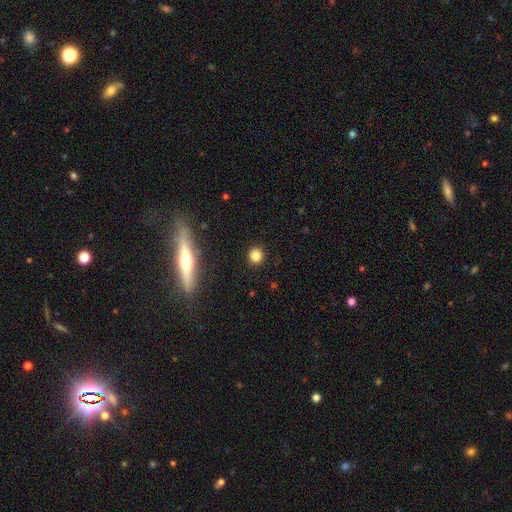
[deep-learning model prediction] This appears to be a smooth galaxy with no disk features (82%) that is round (88%). Merging: none (92%).